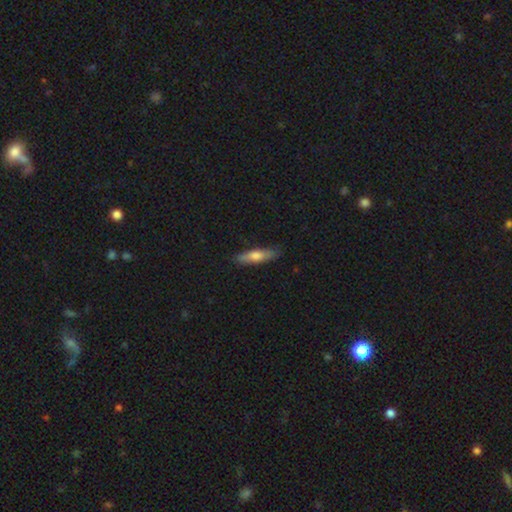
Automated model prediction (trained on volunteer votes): Smooth or featured: smooth — 67% (featured or disk — 28%)
How rounded: cigar-shaped — 68% (in between — 30%)
Merging: none — 82% (minor disturbance — 14%)